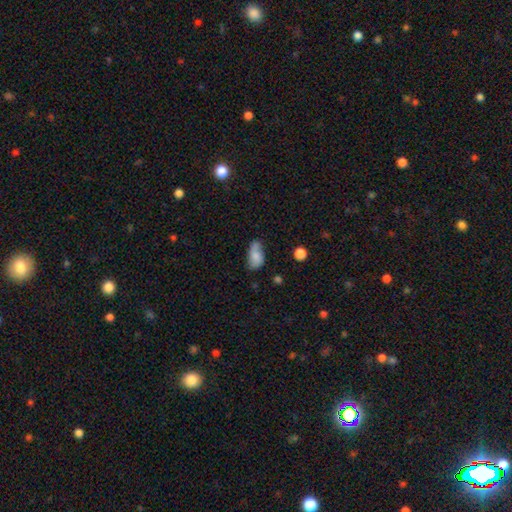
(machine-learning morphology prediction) smooth_or_featured: smooth (p=0.73) [alt: featured or disk p=0.19]
how_rounded: in between (p=0.91) [alt: round p=0.06]
merging: none (p=0.52) [alt: minor disturbance p=0.33]